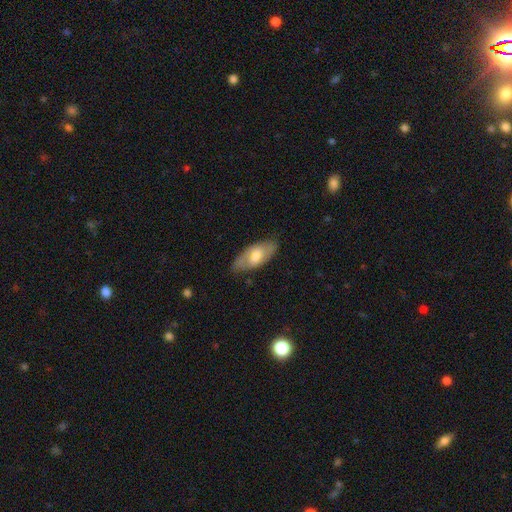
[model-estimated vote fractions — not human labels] Q: Smooth or featured?
A: featured or disk (49%); runner-up: smooth (46%)
Q: Merging?
A: none (76%); runner-up: minor disturbance (18%)